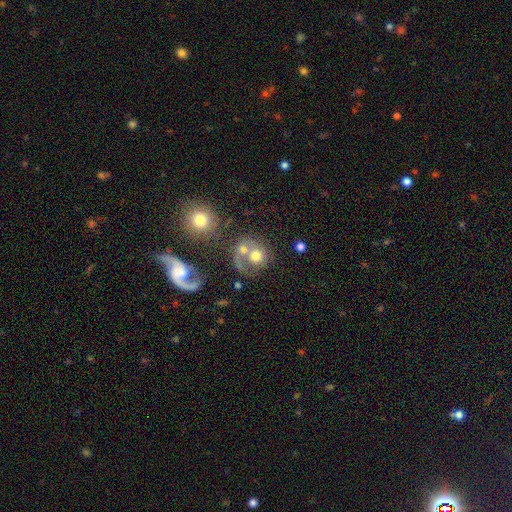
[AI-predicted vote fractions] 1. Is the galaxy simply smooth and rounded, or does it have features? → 56% smooth, 32% featured or disk, 12% star or artifact.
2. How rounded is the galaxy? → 78% round, 21% in between, 1% cigar-shaped.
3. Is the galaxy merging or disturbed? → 49% merger, 29% none, 13% major disturbance, 9% minor disturbance.